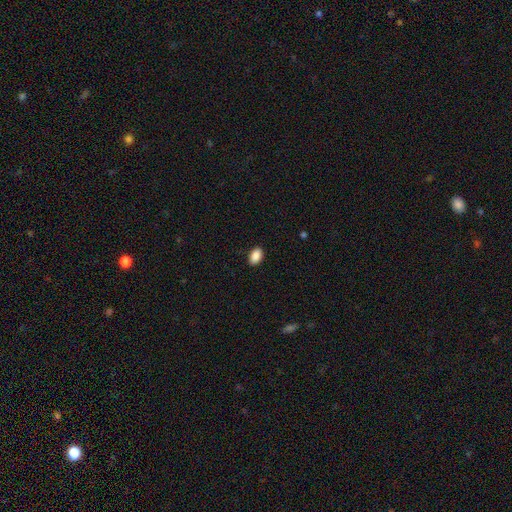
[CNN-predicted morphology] type=smooth (89%); roundness=in between (91%); merging=none (88%).